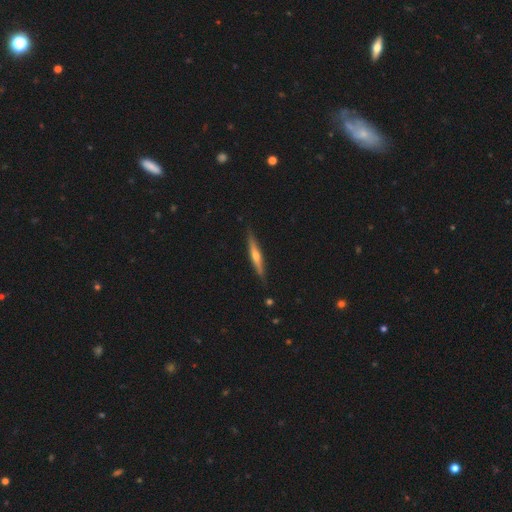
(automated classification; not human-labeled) This is likely a featured or disk galaxy (65%). It is clearly viewed edge-on (96%). Edge-on bulge: clearly rounded (82%). Merging: clearly none (88%).